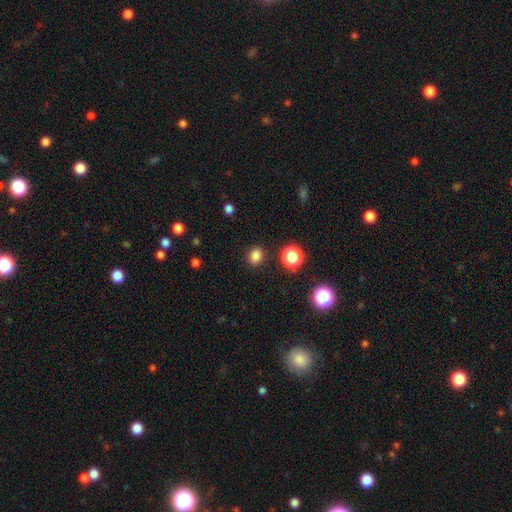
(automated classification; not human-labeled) The model was most divided on "how rounded": round: 64%, in between: 35%, cigar-shaped: 1%. More confident: merging — none (89%); smooth or featured — smooth (82%).